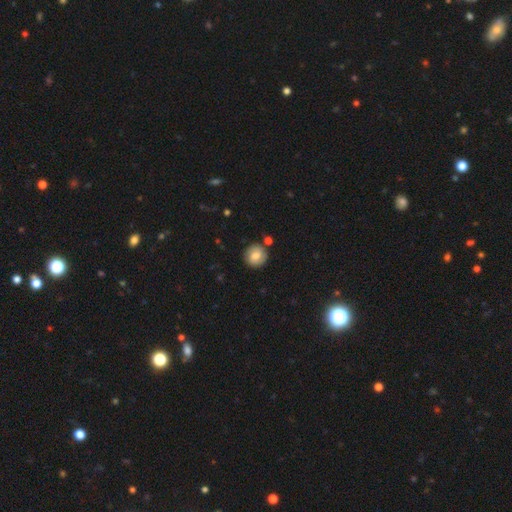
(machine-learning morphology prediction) type=smooth (73%); roundness=round (91%); merging=none (83%).